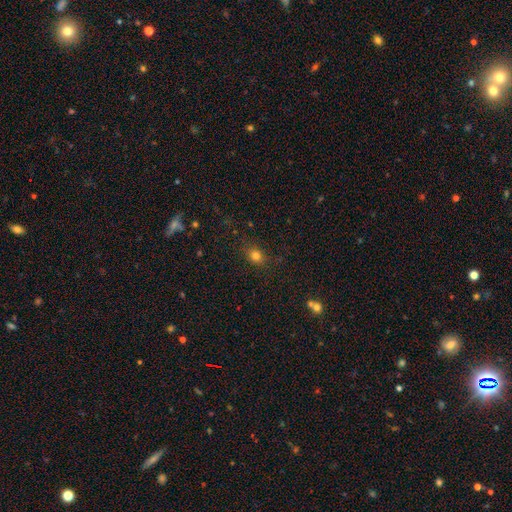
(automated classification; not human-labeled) smooth-or-featured: smooth: 79% | star or artifact: 15% | featured or disk: 7%
  how-rounded: round: 52% | in between: 47% | cigar-shaped: 1%
  merging: none: 83% | minor disturbance: 12% | major disturbance: 4% | merger: 1%